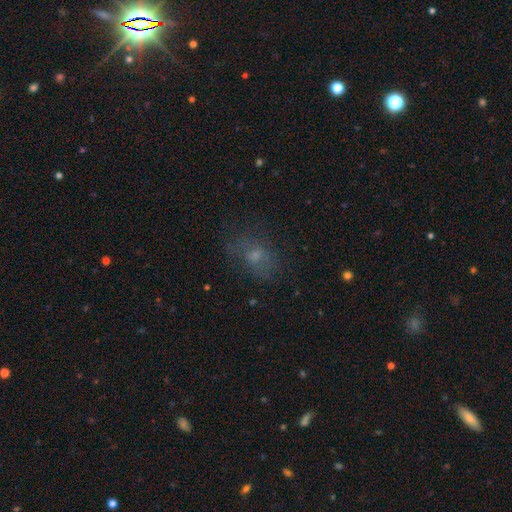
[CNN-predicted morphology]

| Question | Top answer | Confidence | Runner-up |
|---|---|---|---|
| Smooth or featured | smooth | 55% | featured or disk (24%) |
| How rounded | in between | 65% | round (33%) |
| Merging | none | 61% | minor disturbance (21%) |